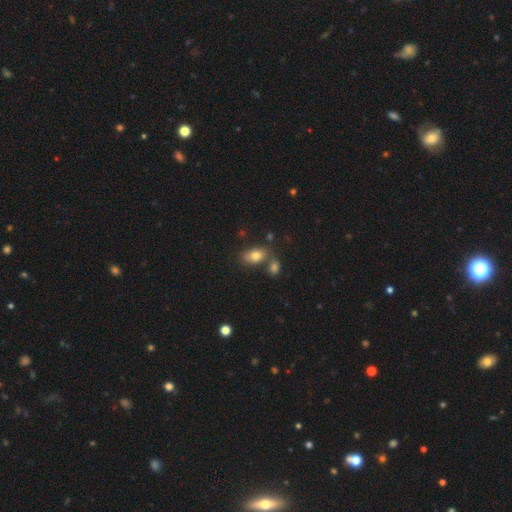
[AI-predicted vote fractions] smooth-or-featured: smooth: 80% | featured or disk: 11% | star or artifact: 9%
  how-rounded: in between: 87% | round: 10% | cigar-shaped: 2%
  merging: none: 57% | merger: 26% | minor disturbance: 14% | major disturbance: 4%